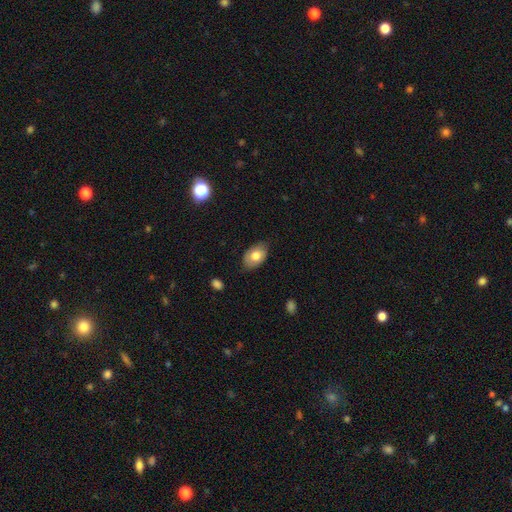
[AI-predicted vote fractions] The model was most divided on "smooth or featured": smooth: 76%, featured or disk: 17%, star or artifact: 7%. More confident: how rounded — in between (89%); merging — none (79%).